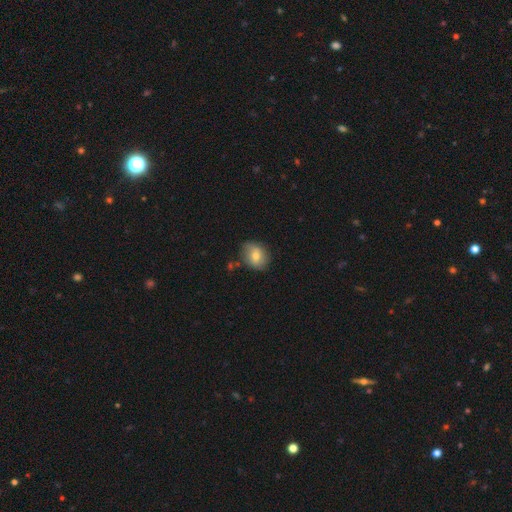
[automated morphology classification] smooth-or-featured: smooth: 69% | featured or disk: 23% | star or artifact: 9%
  how-rounded: round: 55% | in between: 44% | cigar-shaped: 1%
  merging: none: 69% | minor disturbance: 22% | major disturbance: 5% | merger: 4%